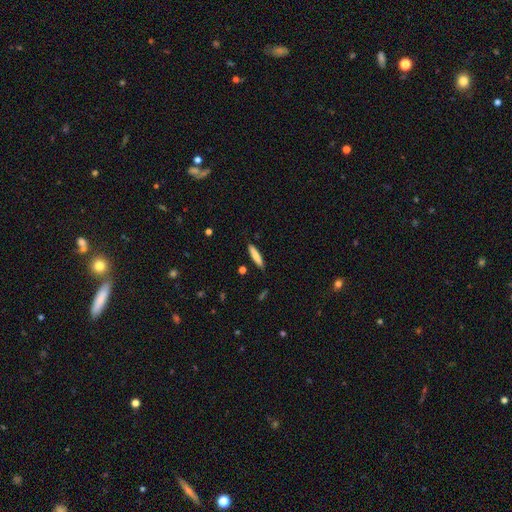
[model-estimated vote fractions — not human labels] Morphology: type=smooth (78%); roundness=cigar-shaped (86%); merging=none (87%).